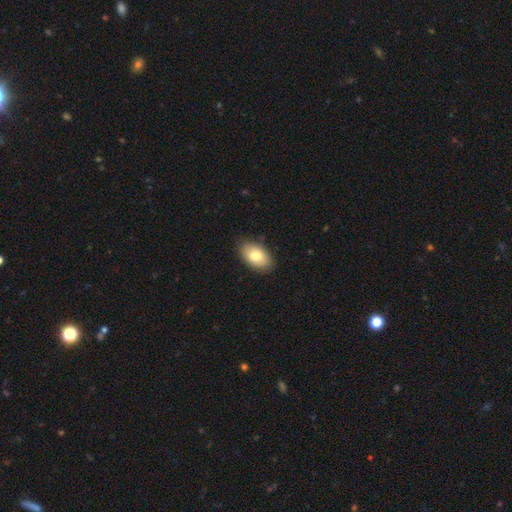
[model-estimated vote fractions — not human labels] smooth-or-featured: smooth: 79% | featured or disk: 14% | star or artifact: 7%
  how-rounded: in between: 92% | round: 6% | cigar-shaped: 1%
  merging: none: 86% | minor disturbance: 11% | major disturbance: 2% | merger: 1%